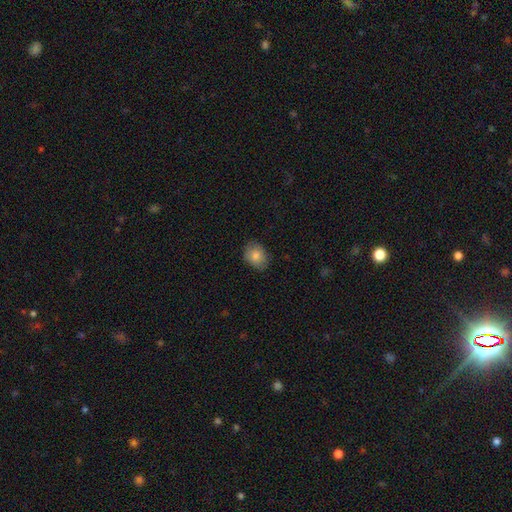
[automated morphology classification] A smooth galaxy with no disk features (83%) that is in between round and cigar-shaped (62%).

Vote fractions:
- Smooth or featured? smooth: 83% / featured or disk: 9% / star or artifact: 8%
- How rounded? in between: 62% / round: 37% / cigar-shaped: 1%
- Merging? none: 83% / minor disturbance: 14% / major disturbance: 3% / merger: 1%